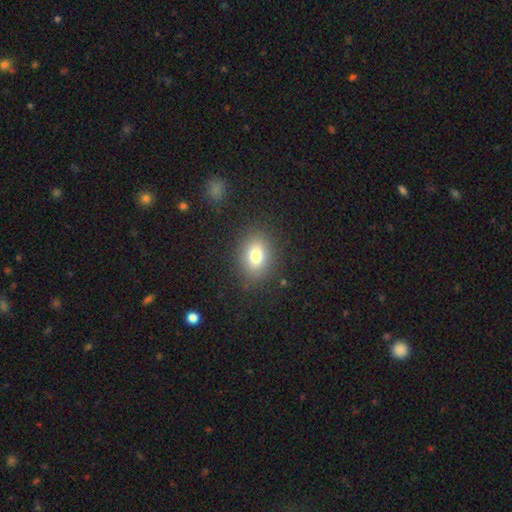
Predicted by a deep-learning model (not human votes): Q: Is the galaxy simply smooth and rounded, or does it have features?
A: smooth — 77%.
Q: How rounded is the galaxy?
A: in between — 58%.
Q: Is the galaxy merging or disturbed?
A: none — 86%.